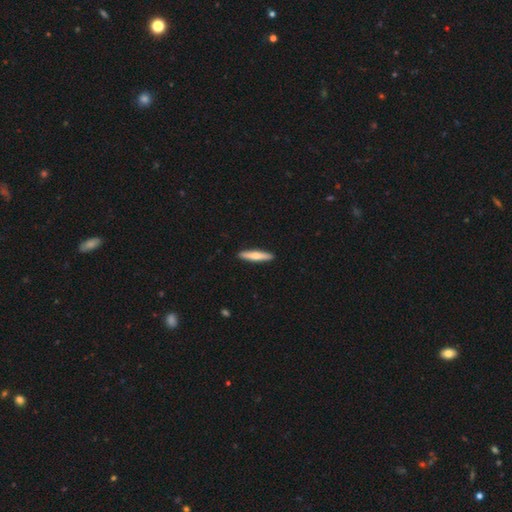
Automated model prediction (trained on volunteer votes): smooth_or_featured: smooth (p=0.62) [alt: featured or disk p=0.33]
how_rounded: cigar-shaped (p=0.88) [alt: in between p=0.10]
merging: none (p=0.92) [alt: minor disturbance p=0.06]